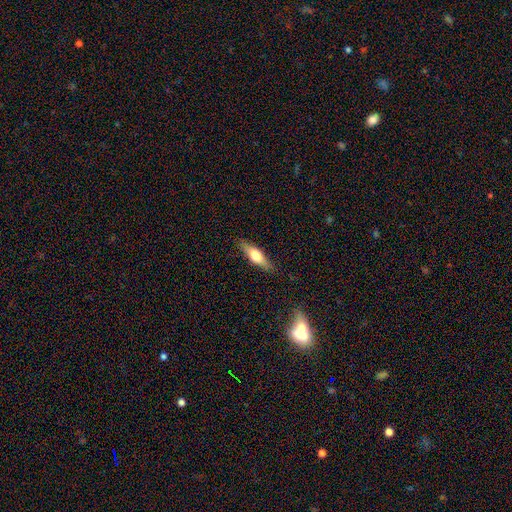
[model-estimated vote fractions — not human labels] Smooth or featured? smooth (49%)
Merging? none (86%)